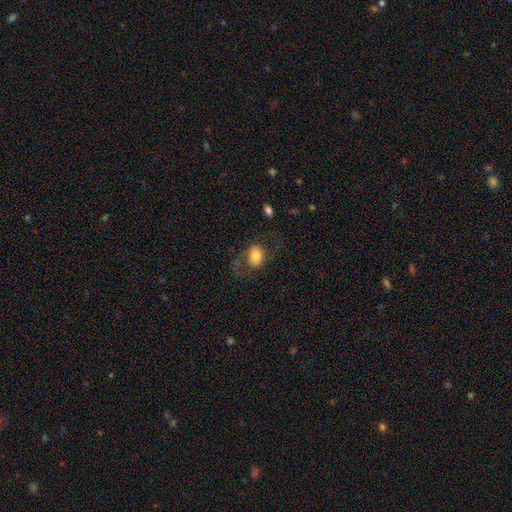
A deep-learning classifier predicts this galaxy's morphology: smooth-or-featured: smooth: 59% | featured or disk: 33% | star or artifact: 8%
  how-rounded: in between: 66% | round: 33% | cigar-shaped: 1%
  merging: none: 53% | major disturbance: 26% | minor disturbance: 19% | merger: 2%